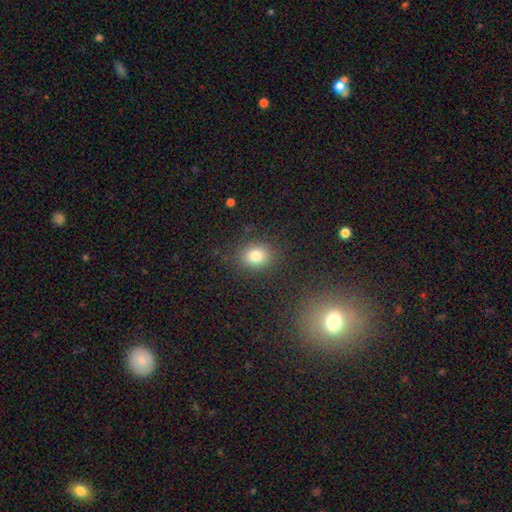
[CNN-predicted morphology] A smooth galaxy with no disk features (80%) that is round (56%). Merging: none (84%).